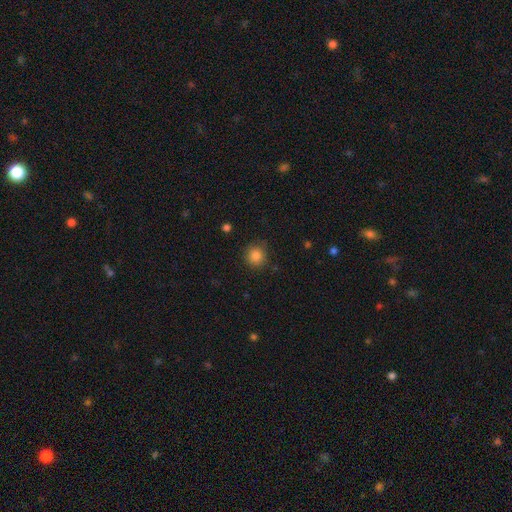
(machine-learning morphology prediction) Smooth or featured?
  - smooth: 84% *
  - star or artifact: 11%
  - featured or disk: 5%
How rounded?
  - round: 91% *
  - in between: 8%
  - cigar-shaped: 1%
Merging?
  - none: 82% *
  - minor disturbance: 13%
  - major disturbance: 3%
  - merger: 1%